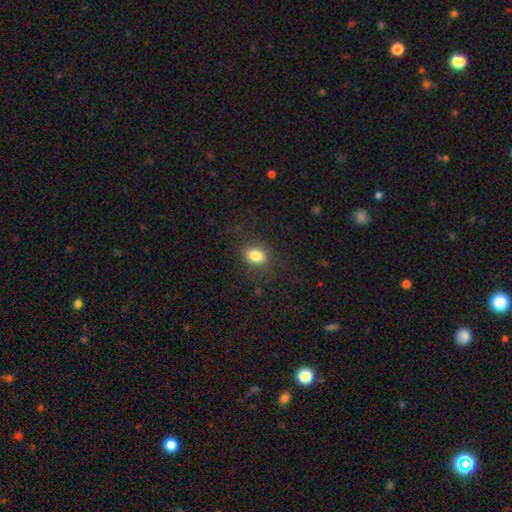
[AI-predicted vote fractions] Smooth or featured? Predicted: smooth (p=0.83). How rounded? Predicted: in between (p=0.61). Merging? Predicted: none (p=0.83).